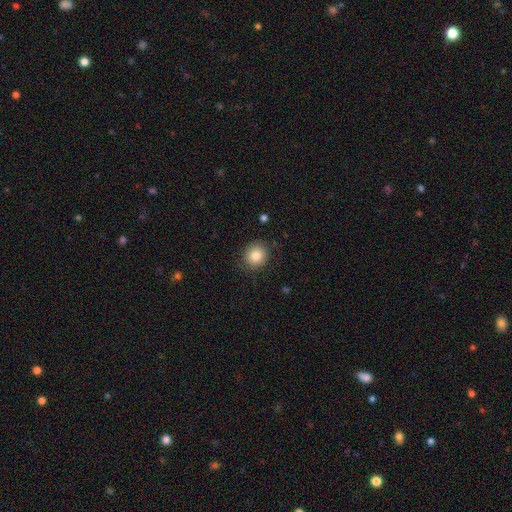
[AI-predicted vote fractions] This is clearly a smooth galaxy (82%). How rounded: clearly round (84%). Merging: clearly none (85%).